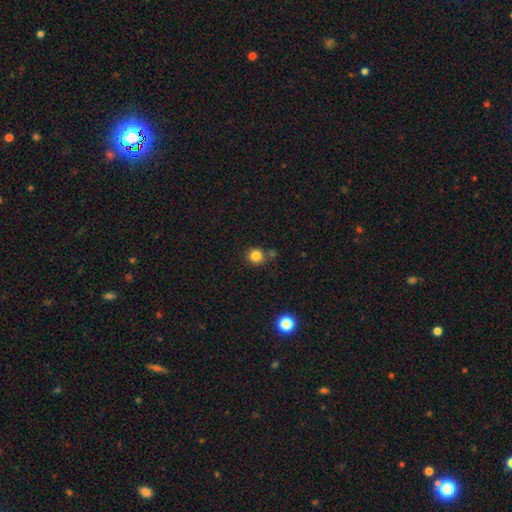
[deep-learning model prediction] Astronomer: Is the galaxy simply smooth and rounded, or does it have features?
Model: smooth — 83%.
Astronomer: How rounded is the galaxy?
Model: round — 89%.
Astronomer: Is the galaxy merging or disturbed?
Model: none — 73%.